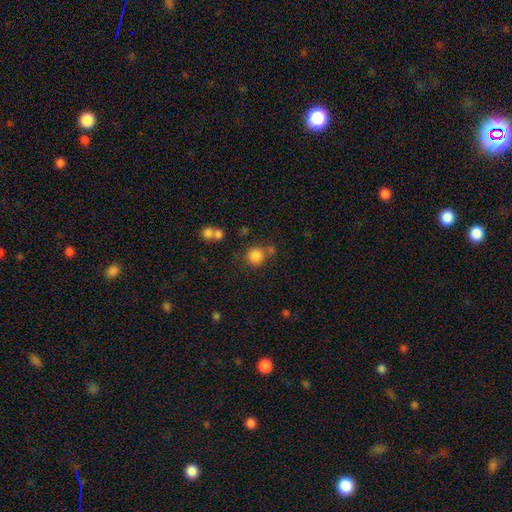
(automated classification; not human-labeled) A smooth galaxy with no disk features (84%) that is round (90%). Merging: none (71%).